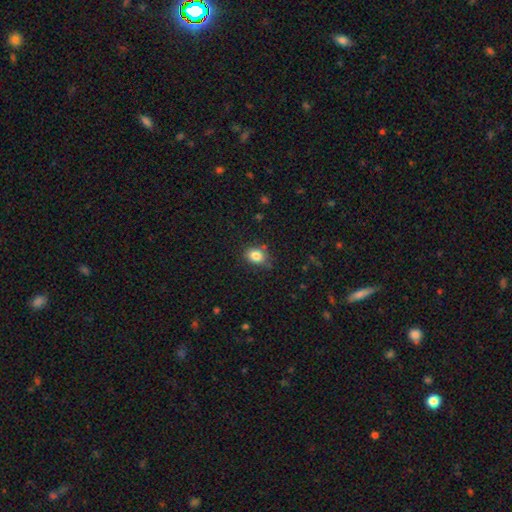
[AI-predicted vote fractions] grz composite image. It shows a smooth galaxy with no disk features (84%) that is in between round and cigar-shaped (61%). Merging: none (75%).